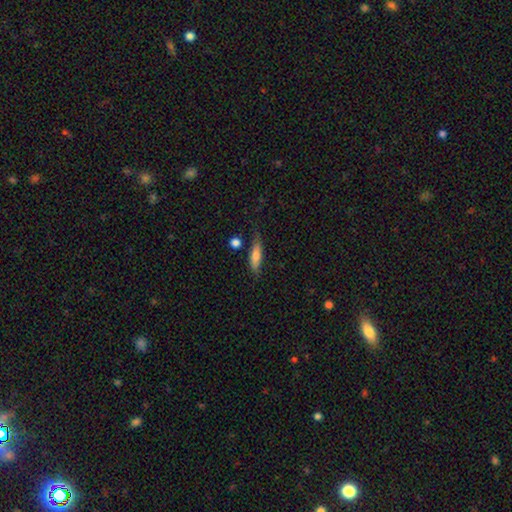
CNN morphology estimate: type=smooth (70%); roundness=cigar-shaped (71%); merging=none (71%).